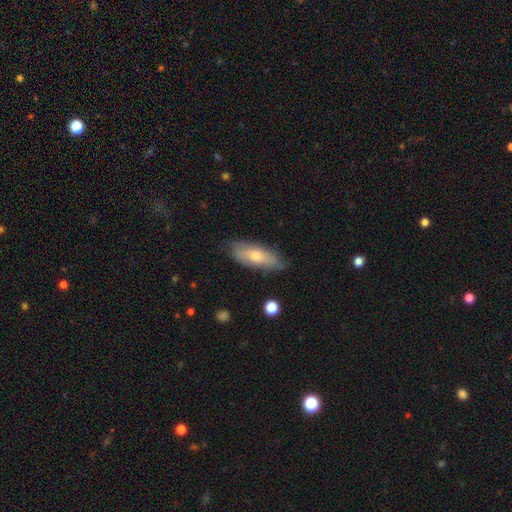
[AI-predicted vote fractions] A smooth galaxy with no disk features (59%) that is in between round and cigar-shaped (68%).

Vote fractions:
- Smooth or featured? smooth: 59% / featured or disk: 34% / star or artifact: 7%
- How rounded? in between: 68% / cigar-shaped: 30% / round: 3%
- Merging? none: 75% / minor disturbance: 20% / major disturbance: 4% / merger: 1%